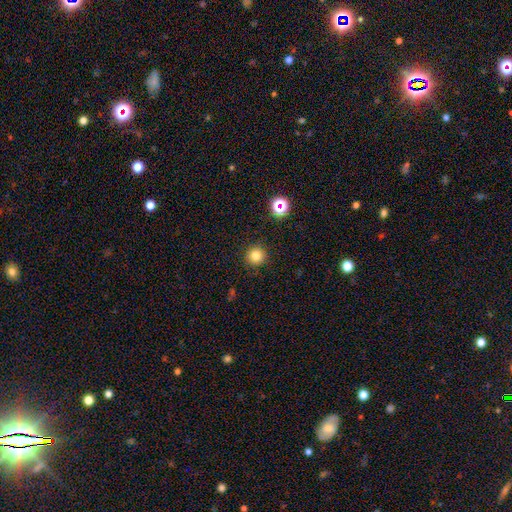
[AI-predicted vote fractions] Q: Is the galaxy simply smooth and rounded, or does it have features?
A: smooth — 79%.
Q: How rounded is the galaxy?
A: round — 95%.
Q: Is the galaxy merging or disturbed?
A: none — 91%.